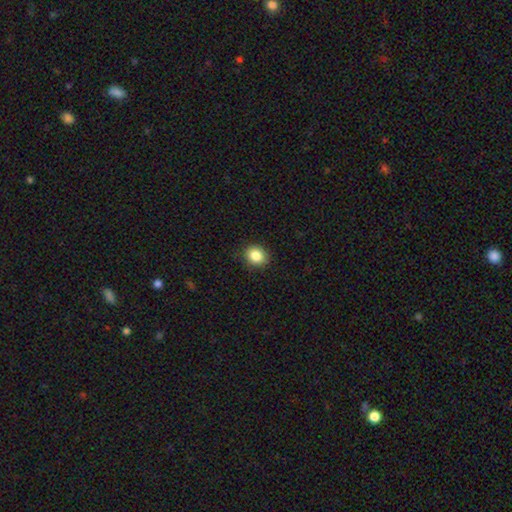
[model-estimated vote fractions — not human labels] Morphology: type=smooth (86%); roundness=round (65%); merging=none (89%).